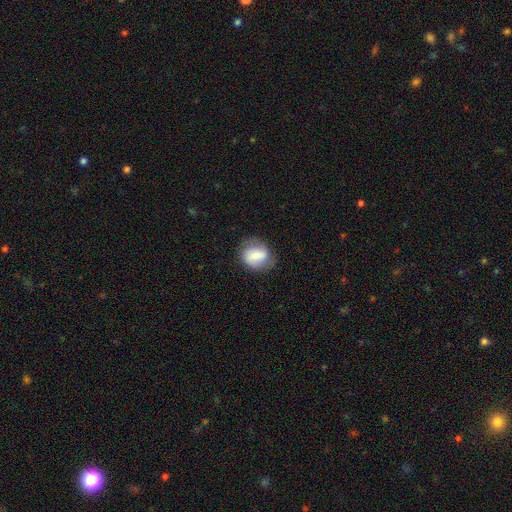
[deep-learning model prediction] The model was most divided on "how rounded": round: 56%, in between: 42%, cigar-shaped: 1%. More confident: merging — none (72%); smooth or featured — smooth (67%).